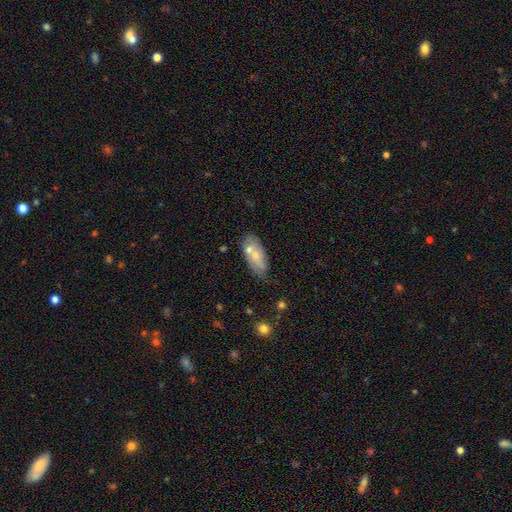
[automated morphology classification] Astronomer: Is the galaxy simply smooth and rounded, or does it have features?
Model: smooth — 63%.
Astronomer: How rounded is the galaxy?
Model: in between — 85%.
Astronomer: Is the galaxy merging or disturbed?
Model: none — 57%.